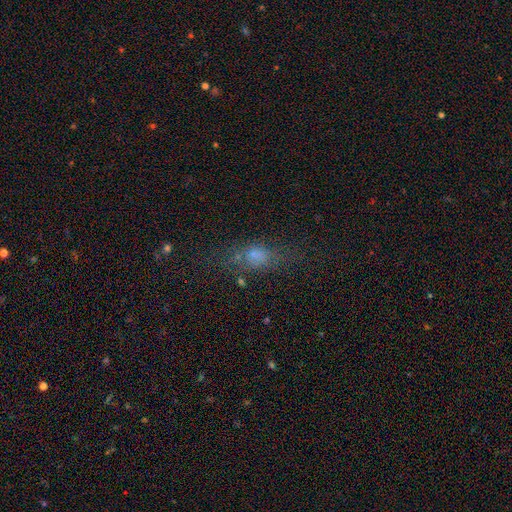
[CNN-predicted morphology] smooth 59%, featured or disk 22%, star or artifact 19%. Down the decision tree: how rounded — in between (65%); merging — none (52%).